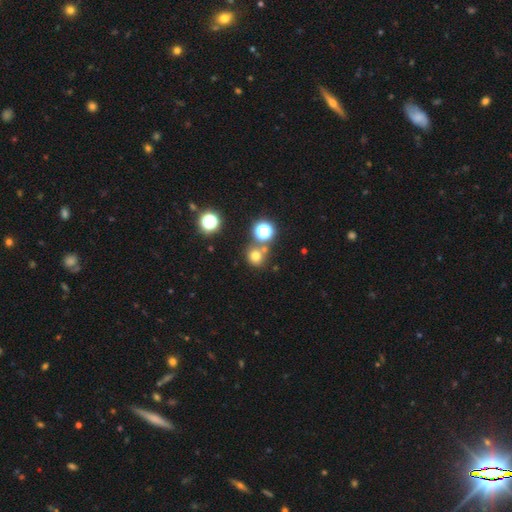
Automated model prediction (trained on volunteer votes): This is likely a smooth galaxy (70%). How rounded: clearly round (89%). Merging: likely none (69%).